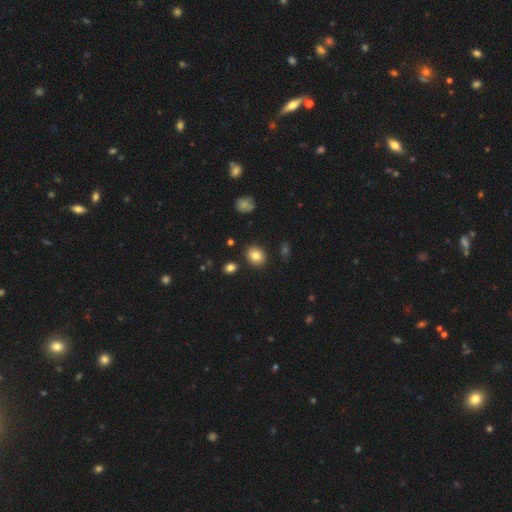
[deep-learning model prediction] Smooth or featured? smooth (82%)
How rounded? round (62%)
Merging? none (87%)